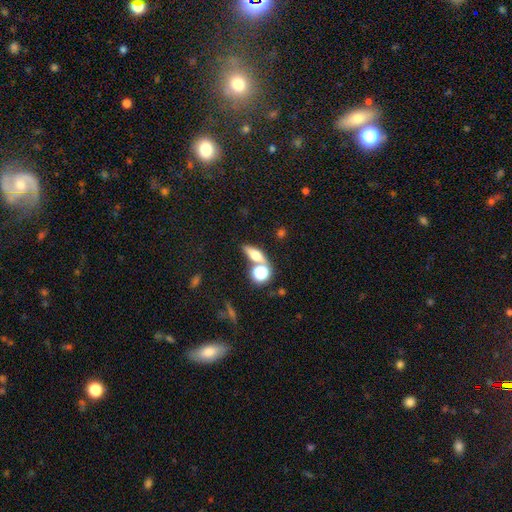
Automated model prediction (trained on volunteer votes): Smooth or featured?
  - smooth: 52% *
  - featured or disk: 32%
  - star or artifact: 16%
How rounded?
  - in between: 44% *
  - cigar-shaped: 34%
  - round: 22%
Merging?
  - none: 62% *
  - merger: 23%
  - minor disturbance: 11%
  - major disturbance: 5%